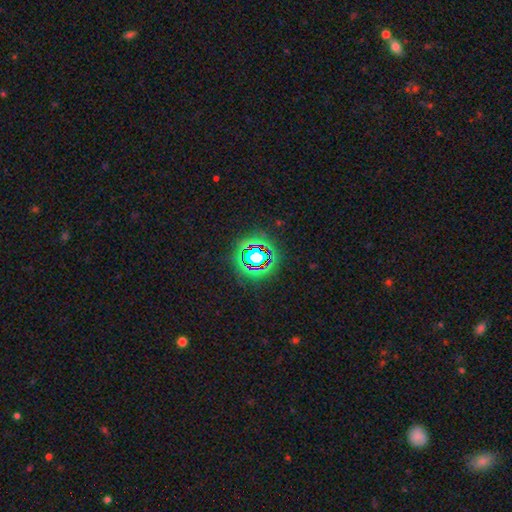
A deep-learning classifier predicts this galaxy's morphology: type=star or artifact (73%).